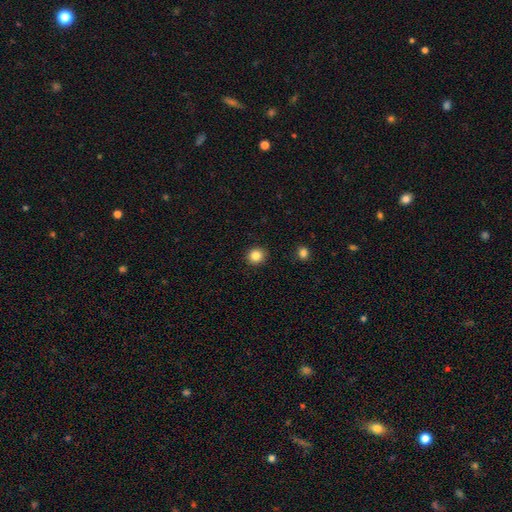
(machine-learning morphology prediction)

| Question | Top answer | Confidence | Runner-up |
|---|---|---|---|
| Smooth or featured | smooth | 84% | star or artifact (11%) |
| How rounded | round | 87% | in between (12%) |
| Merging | none | 91% | minor disturbance (6%) |